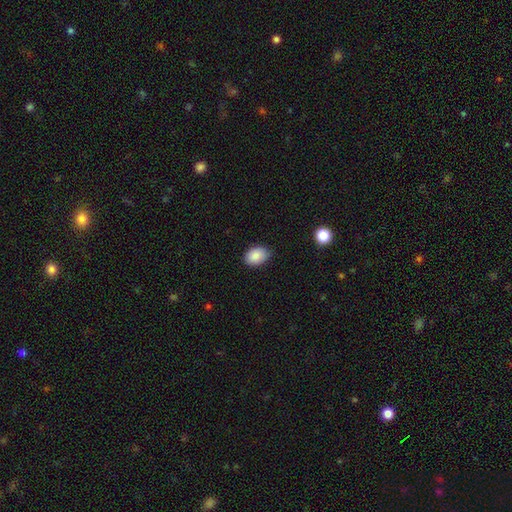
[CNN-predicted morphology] A smooth galaxy with no disk features (87%) that is in between round and cigar-shaped (83%).

Vote fractions:
- Smooth or featured? smooth: 87% / star or artifact: 8% / featured or disk: 5%
- How rounded? in between: 83% / round: 16% / cigar-shaped: 1%
- Merging? none: 80% / minor disturbance: 17% / major disturbance: 2% / merger: 1%